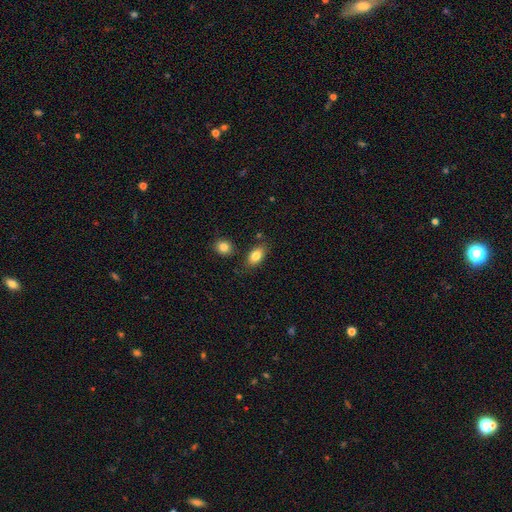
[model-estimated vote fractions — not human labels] Overall: smooth (84%). How rounded: in between (88%). Merging: none (77%).